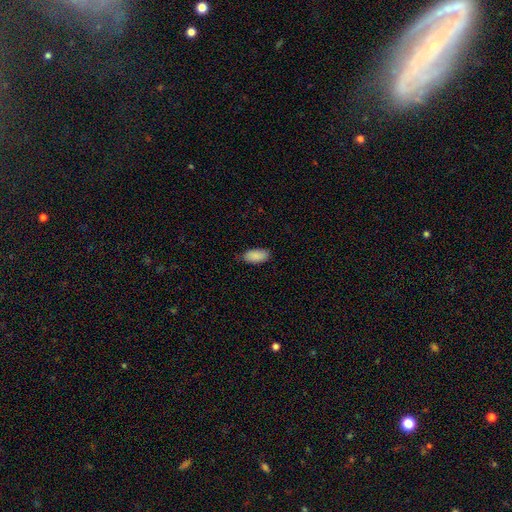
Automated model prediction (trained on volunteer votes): Smooth or featured? smooth (89%)
How rounded? in between (92%)
Merging? none (79%)